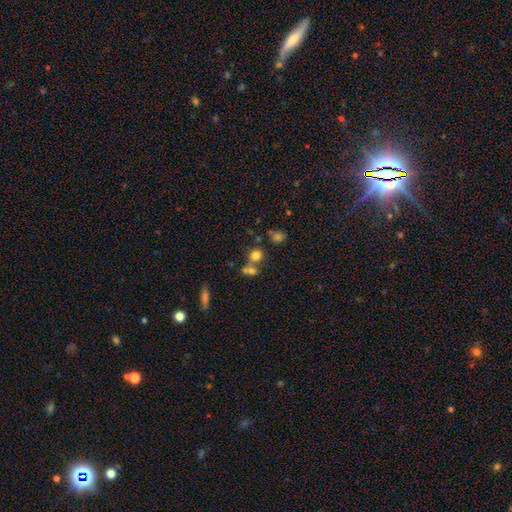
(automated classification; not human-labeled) Smooth or featured? Predicted: smooth (p=0.74). How rounded? Predicted: round (p=0.79). Merging? Predicted: none (p=0.48).